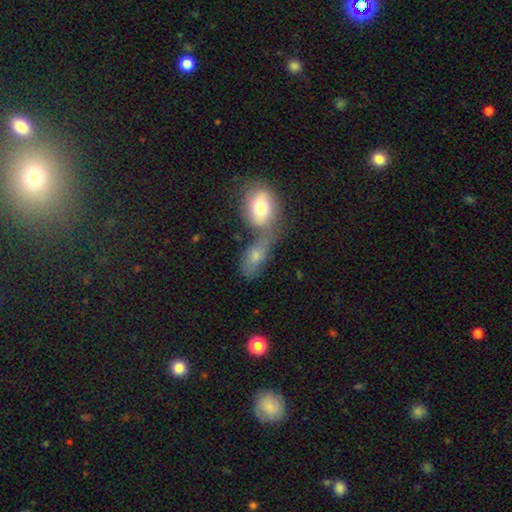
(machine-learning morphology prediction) A smooth galaxy with no disk features (68%) that is in between round and cigar-shaped (80%). Merging: merger (61%).